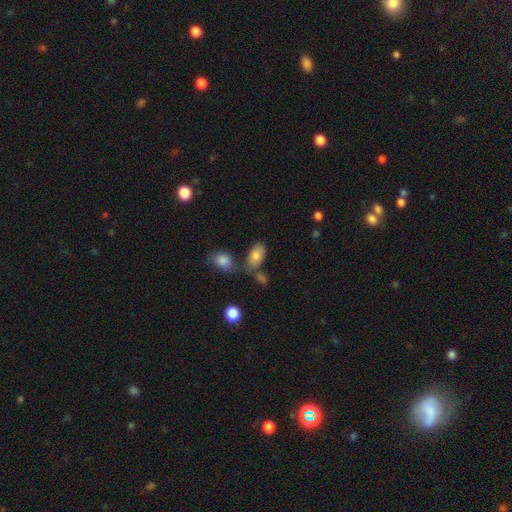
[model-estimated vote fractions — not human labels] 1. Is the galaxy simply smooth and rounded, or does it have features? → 79% smooth, 12% featured or disk, 9% star or artifact.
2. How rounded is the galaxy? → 92% in between, 6% round, 2% cigar-shaped.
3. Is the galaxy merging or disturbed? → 54% none, 23% merger, 17% minor disturbance, 7% major disturbance.